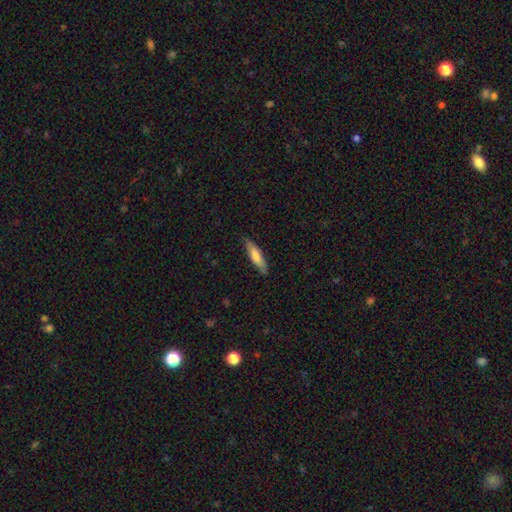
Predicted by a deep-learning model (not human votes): This appears to be a smooth galaxy with no disk features (71%) that is cigar-shaped (78%). Merging: none (85%).